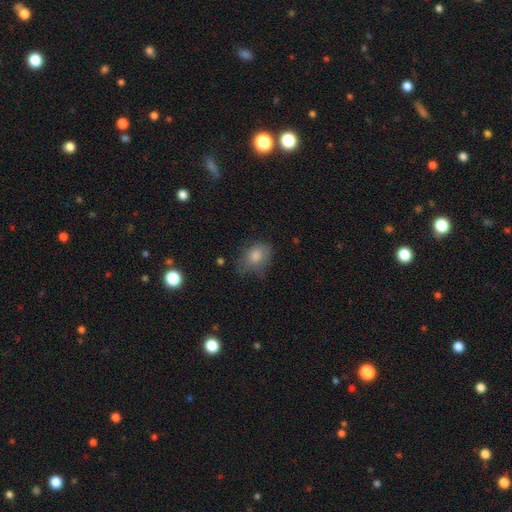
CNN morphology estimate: Smooth or featured: smooth — 71% (featured or disk — 17%)
How rounded: in between — 63% (round — 35%)
Merging: none — 56% (minor disturbance — 30%)